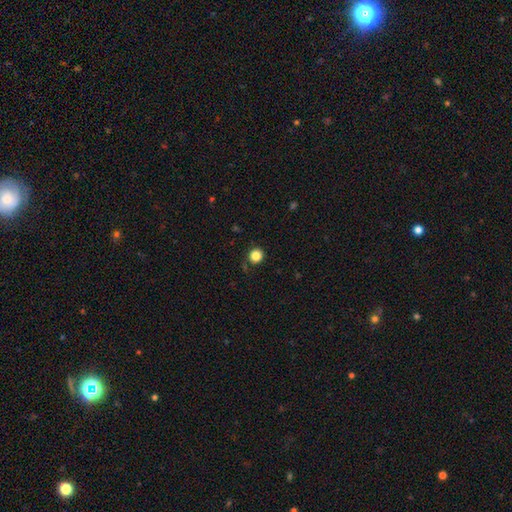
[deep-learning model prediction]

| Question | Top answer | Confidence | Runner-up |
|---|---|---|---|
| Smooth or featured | smooth | 85% | star or artifact (11%) |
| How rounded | round | 93% | in between (6%) |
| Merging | none | 88% | minor disturbance (8%) |